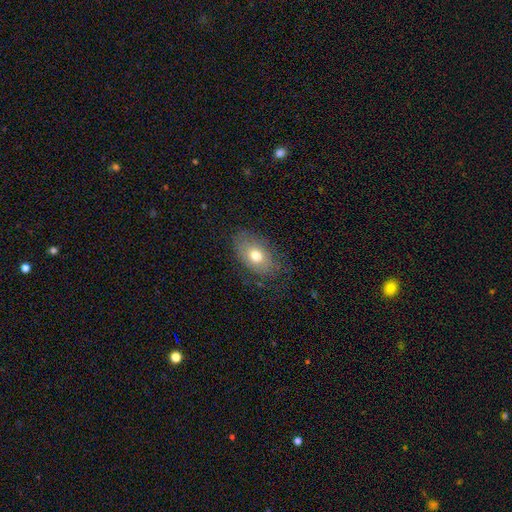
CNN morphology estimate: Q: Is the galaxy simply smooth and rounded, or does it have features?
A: smooth — 68%.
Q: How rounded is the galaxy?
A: in between — 86%.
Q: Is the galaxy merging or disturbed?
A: none — 70%.